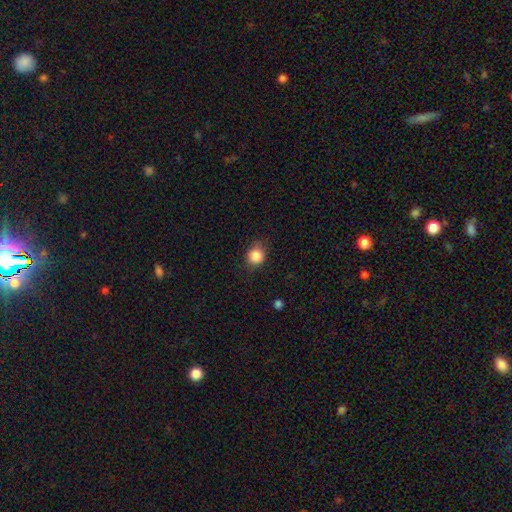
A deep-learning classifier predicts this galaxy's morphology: Smooth or featured? smooth (86%)
How rounded? round (73%)
Merging? none (74%)